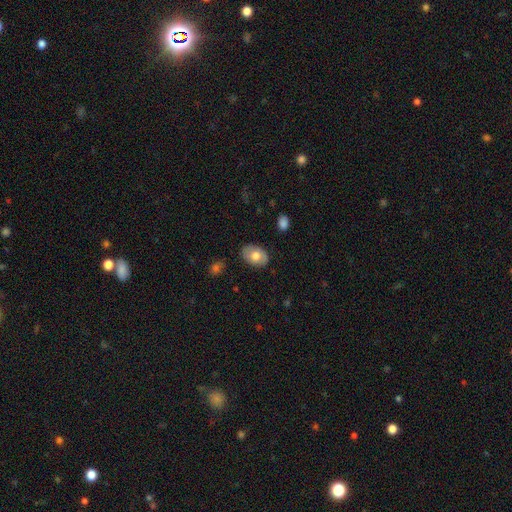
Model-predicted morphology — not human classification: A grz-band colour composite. It shows a smooth galaxy with no disk features (70%) that is in between round and cigar-shaped (84%). Merging: none (83%).